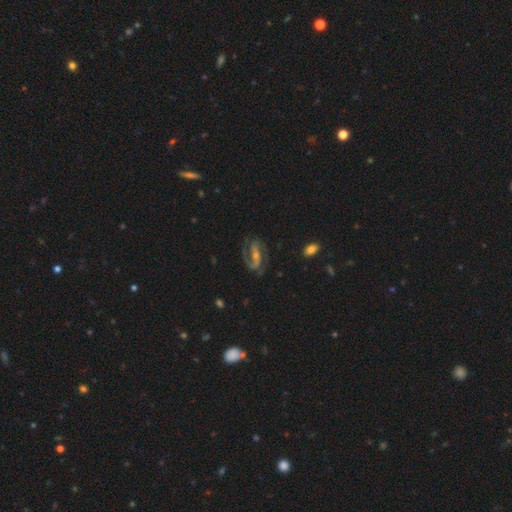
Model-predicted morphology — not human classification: Q: Smooth or featured?
A: featured or disk (81%); runner-up: smooth (10%)
Q: Edge-on disk?
A: no (93%); runner-up: yes (7%)
Q: Bar?
A: strong (41%); runner-up: weak (36%)
Q: Spiral arms?
A: yes (93%); runner-up: no (7%)
Q: Spiral winding?
A: medium (48%); runner-up: loose (27%)
Q: Spiral arm count?
A: 2 (76%); runner-up: can't tell (8%)
Q: Bulge size?
A: small (54%); runner-up: moderate (38%)
Q: Merging?
A: none (70%); runner-up: minor disturbance (17%)